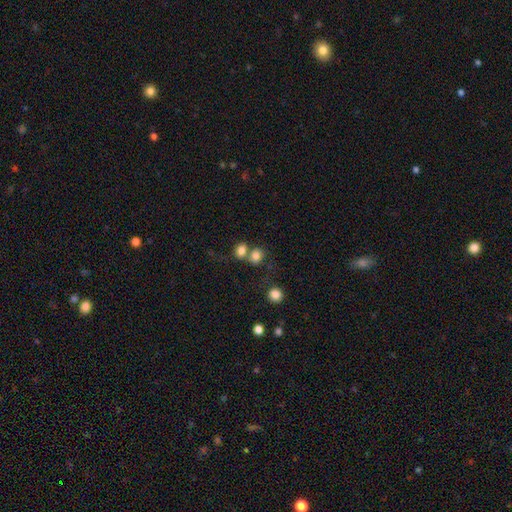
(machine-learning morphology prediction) The model was most divided on "merging": merger: 49%, none: 37%, minor disturbance: 9%, major disturbance: 5%. More confident: smooth or featured — smooth (80%); how rounded — round (56%).